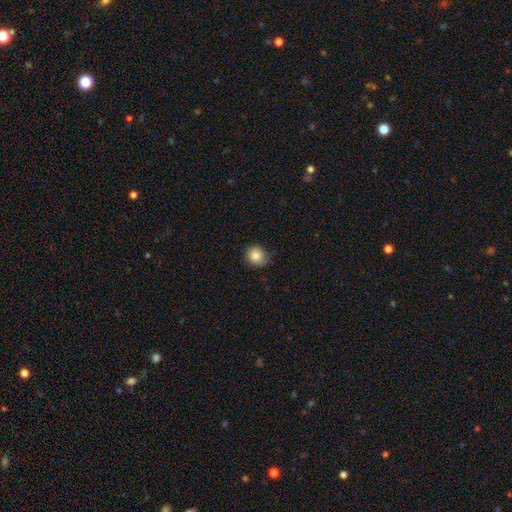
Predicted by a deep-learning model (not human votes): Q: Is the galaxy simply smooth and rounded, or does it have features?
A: smooth — 84%.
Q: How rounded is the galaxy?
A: round — 80%.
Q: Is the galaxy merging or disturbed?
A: none — 68%.